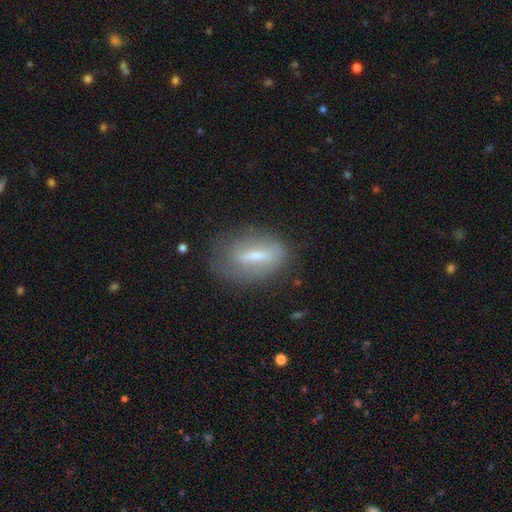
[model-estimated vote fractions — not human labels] A smooth galaxy with no disk features (46%). Merging: none (67%).